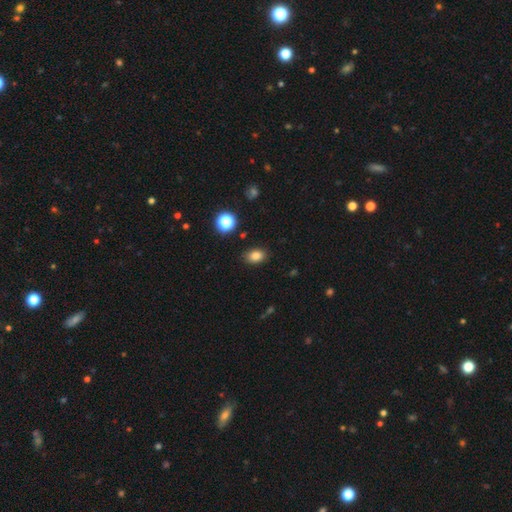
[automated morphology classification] smooth-or-featured: smooth: 82% | star or artifact: 12% | featured or disk: 6%
  how-rounded: in between: 75% | round: 24% | cigar-shaped: 1%
  merging: none: 86% | minor disturbance: 9% | major disturbance: 3% | merger: 2%